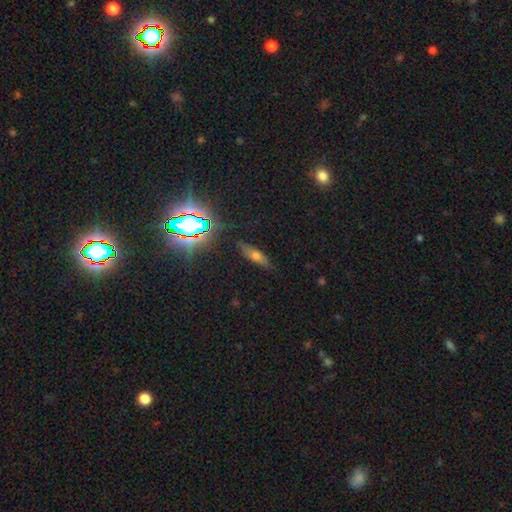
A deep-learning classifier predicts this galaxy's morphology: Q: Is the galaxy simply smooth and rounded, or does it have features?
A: smooth — 54%.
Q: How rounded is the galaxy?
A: cigar-shaped — 50%.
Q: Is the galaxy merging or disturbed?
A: none — 83%.